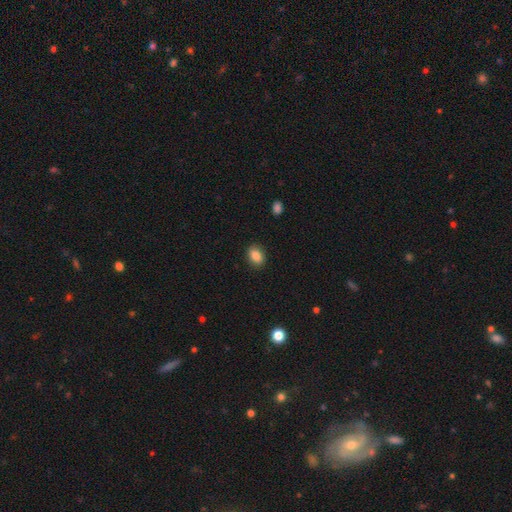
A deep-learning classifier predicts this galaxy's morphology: smooth_or_featured: smooth (p=0.87) [alt: star or artifact p=0.08]
how_rounded: in between (p=0.72) [alt: round p=0.27]
merging: none (p=0.87) [alt: minor disturbance p=0.10]